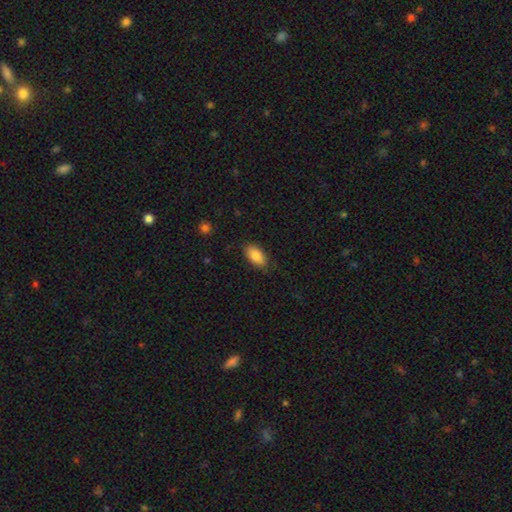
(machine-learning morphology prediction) type=smooth (87%); roundness=in between (93%); merging=none (84%).